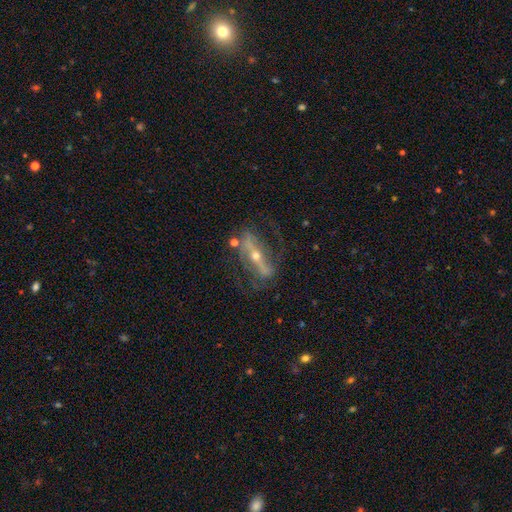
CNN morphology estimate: Smooth or featured? featured or disk (83%)
Edge-on disk? no (70%)
Bar? strong (72%)
Spiral arms? yes (77%)
Bulge size? small (58%)
Merging? none (61%)